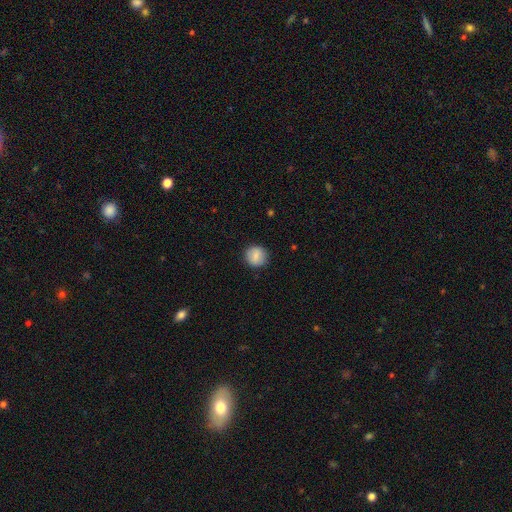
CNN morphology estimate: The model was most divided on "smooth or featured": smooth: 81%, featured or disk: 11%, star or artifact: 8%. More confident: how rounded — round (89%); merging — none (89%).